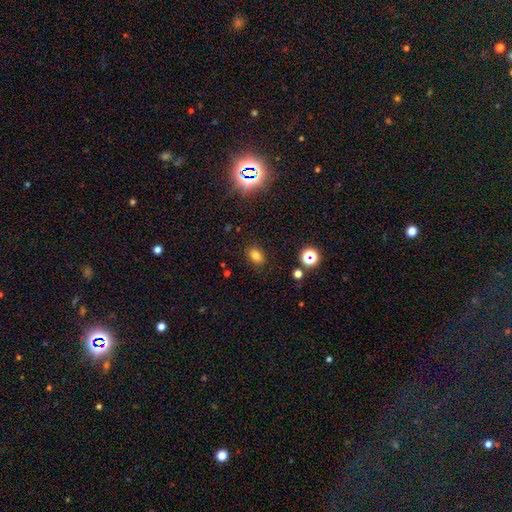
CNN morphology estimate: This appears to be a smooth galaxy with no disk features (76%) that is in between round and cigar-shaped (77%). Merging: none (86%).